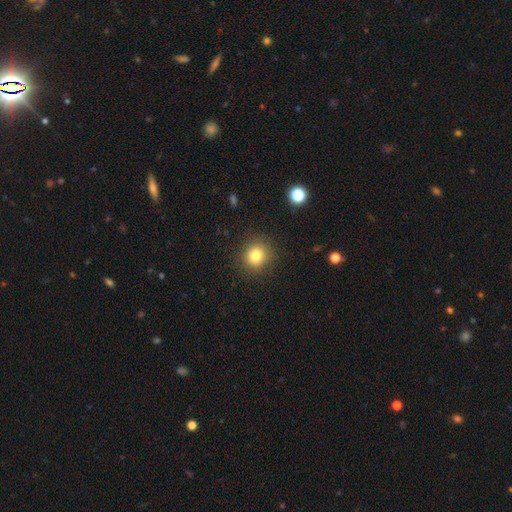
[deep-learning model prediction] Smooth or featured?
  - smooth: 80% *
  - star or artifact: 12%
  - featured or disk: 7%
How rounded?
  - round: 87% *
  - in between: 12%
  - cigar-shaped: 1%
Merging?
  - none: 89% *
  - minor disturbance: 8%
  - major disturbance: 3%
  - merger: 1%